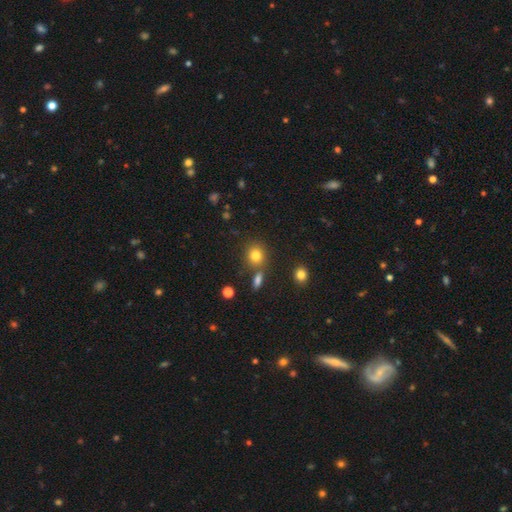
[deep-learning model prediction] Smooth or featured? Predicted: smooth (p=0.80). How rounded? Predicted: round (p=0.79). Merging? Predicted: none (p=0.74).